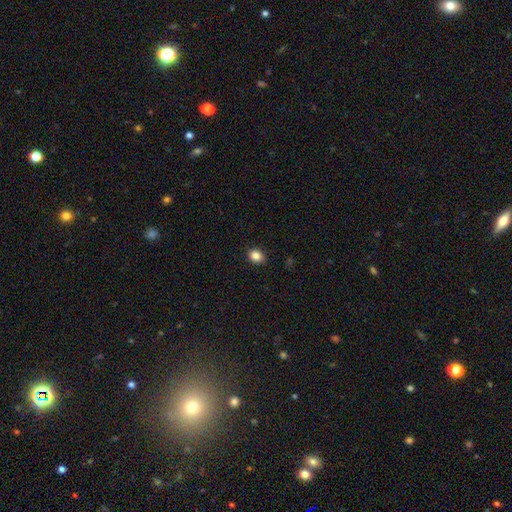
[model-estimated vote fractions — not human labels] Smooth or featured?
  - smooth: 85% *
  - star or artifact: 10%
  - featured or disk: 5%
How rounded?
  - round: 52% *
  - in between: 47%
  - cigar-shaped: 1%
Merging?
  - none: 89% *
  - minor disturbance: 8%
  - major disturbance: 2%
  - merger: 1%